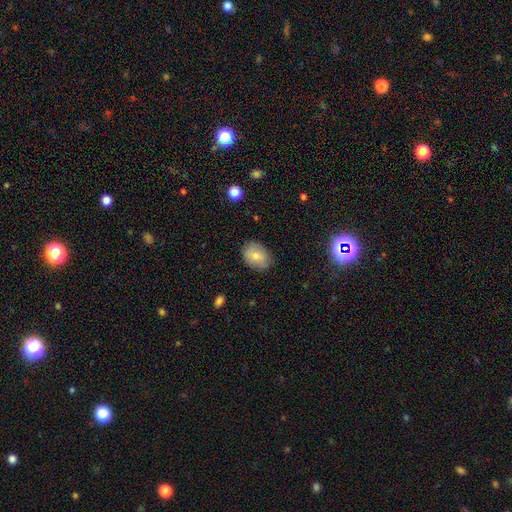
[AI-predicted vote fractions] The model was most divided on "how rounded": in between: 77%, round: 22%, cigar-shaped: 1%. More confident: merging — none (82%); smooth or featured — smooth (76%).